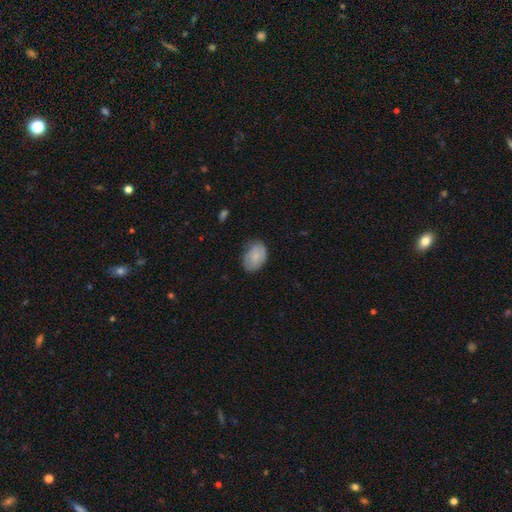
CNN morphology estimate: This is likely a smooth galaxy (76%). How rounded: clearly in between (83%). Merging: likely none (65%).